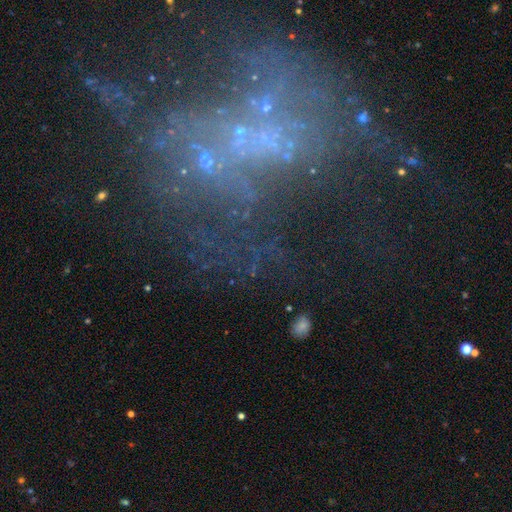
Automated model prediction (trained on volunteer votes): The model was most divided on "merging": none: 47%, major disturbance: 28%, minor disturbance: 16%, merger: 8%. More confident: edge-on disk — no (95%); smooth or featured — featured or disk (52%).